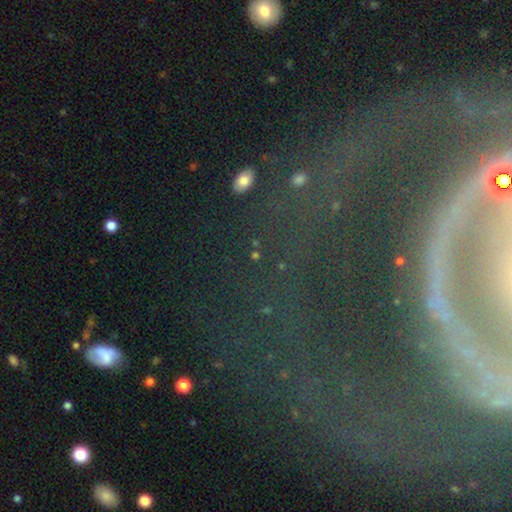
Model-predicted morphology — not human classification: smooth 49%, star or artifact 39%, featured or disk 12%. Down the decision tree: merging — none (83%).